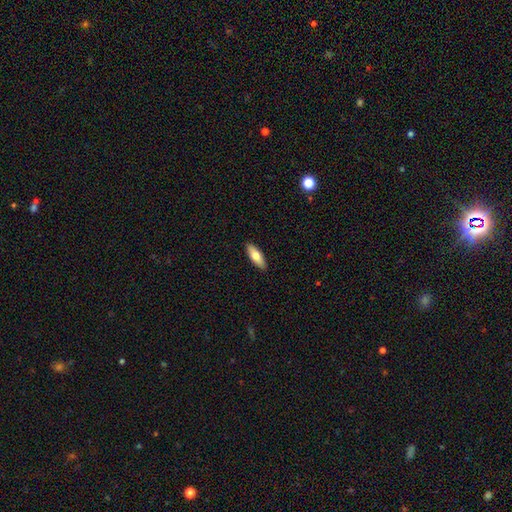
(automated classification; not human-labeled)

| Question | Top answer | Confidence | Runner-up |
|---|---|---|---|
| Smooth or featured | smooth | 70% | featured or disk (24%) |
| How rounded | in between | 64% | cigar-shaped (34%) |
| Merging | none | 90% | minor disturbance (7%) |